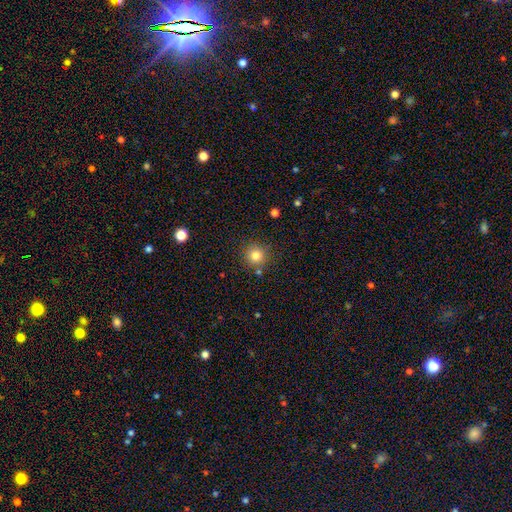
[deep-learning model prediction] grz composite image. It shows a smooth galaxy with no disk features (81%) that is round (94%). Merging: none (83%).